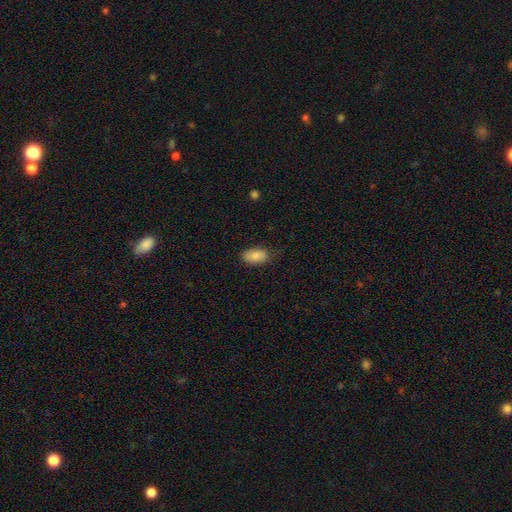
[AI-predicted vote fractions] This is clearly a smooth galaxy (84%). How rounded: clearly in between (93%). Merging: likely none (77%).